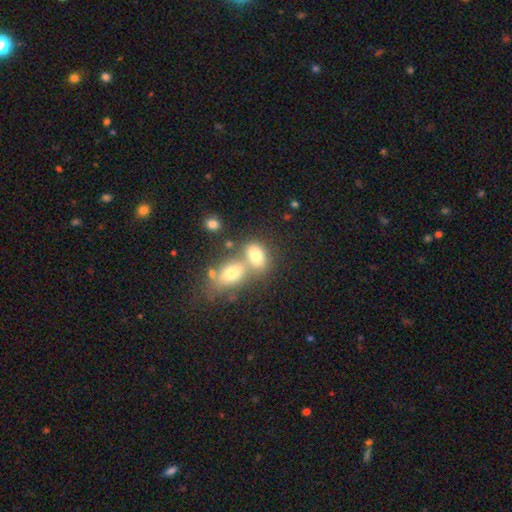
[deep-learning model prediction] The model was most divided on "merging": merger: 52%, none: 35%, minor disturbance: 9%, major disturbance: 5%. More confident: how rounded — in between (79%); smooth or featured — smooth (75%).